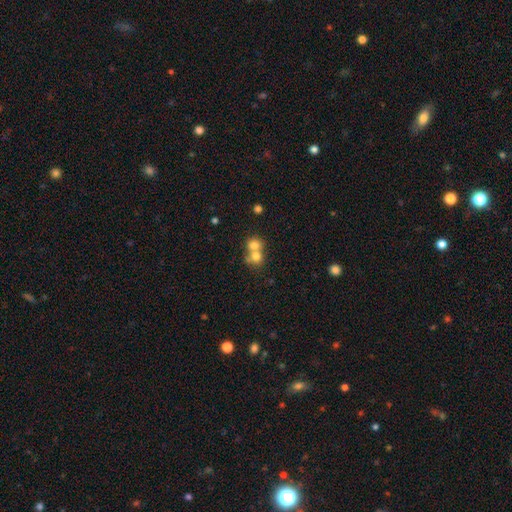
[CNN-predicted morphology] Q: Smooth or featured?
A: smooth (74%); runner-up: featured or disk (15%)
Q: How rounded?
A: round (76%); runner-up: in between (23%)
Q: Merging?
A: merger (63%); runner-up: none (29%)